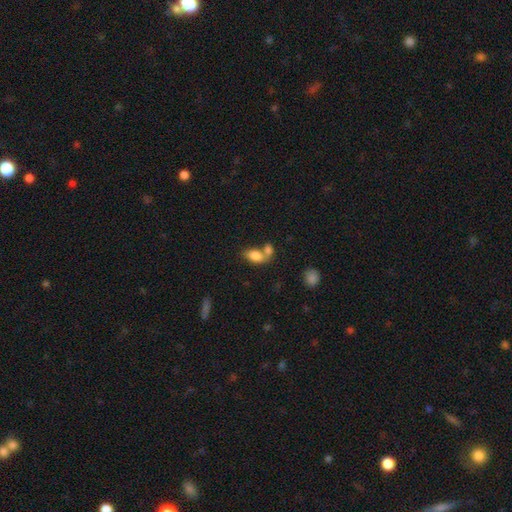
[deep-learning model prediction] A smooth galaxy with no disk features (82%) that is in between round and cigar-shaped (88%). Merging: merger (51%).